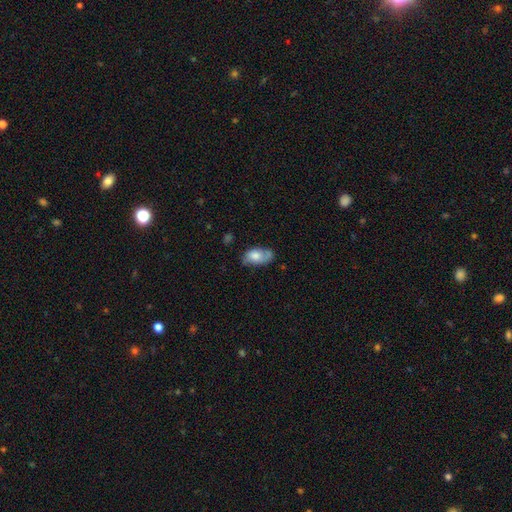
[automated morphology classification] The model was most divided on "merging": none: 51%, minor disturbance: 31%, major disturbance: 12%, merger: 7%. More confident: how rounded — in between (91%); smooth or featured — smooth (61%).